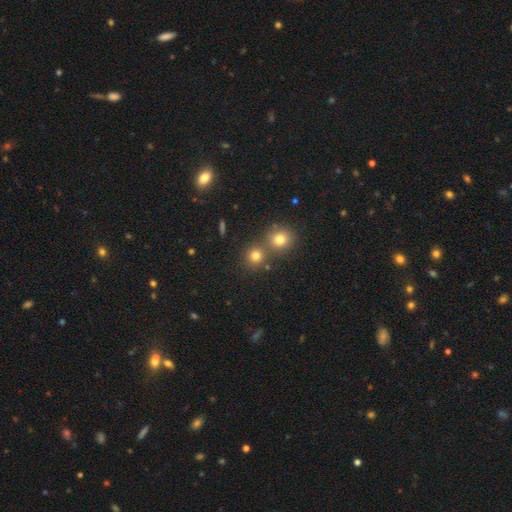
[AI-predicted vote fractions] Smooth or featured? Predicted: smooth (p=0.76). How rounded? Predicted: round (p=0.88). Merging? Predicted: none (p=0.63).